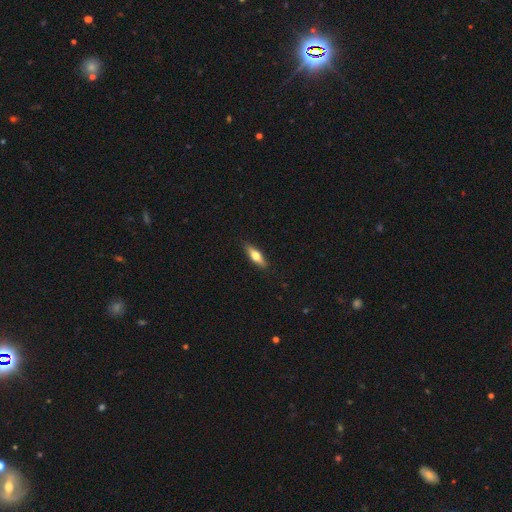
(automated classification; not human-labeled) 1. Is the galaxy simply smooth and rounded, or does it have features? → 58% smooth, 37% featured or disk, 6% star or artifact.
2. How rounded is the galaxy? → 51% cigar-shaped, 46% in between, 3% round.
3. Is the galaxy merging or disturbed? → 87% none, 10% minor disturbance, 2% major disturbance, 1% merger.